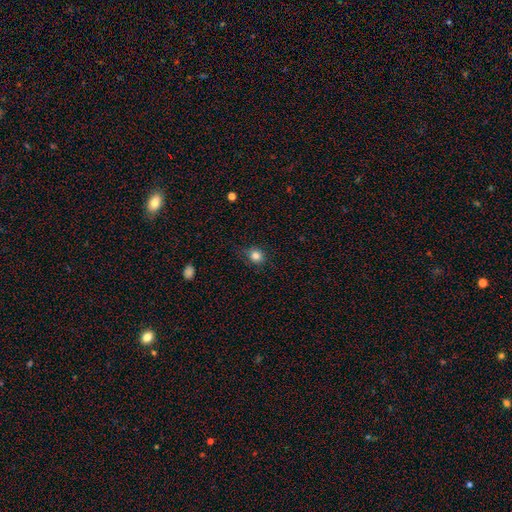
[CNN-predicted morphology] Smooth or featured? Predicted: smooth (p=0.83). How rounded? Predicted: round (p=0.78). Merging? Predicted: none (p=0.74).